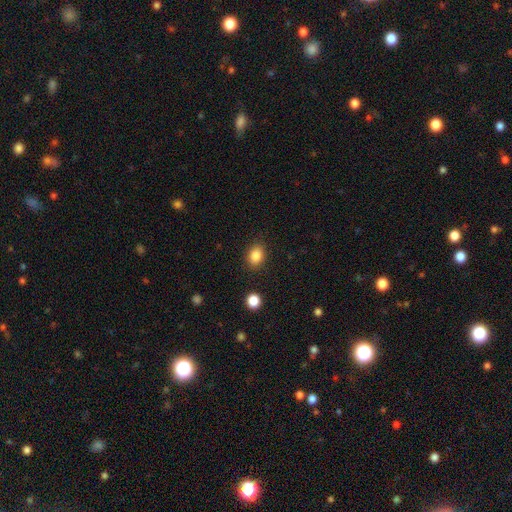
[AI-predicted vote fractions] A smooth galaxy with no disk features (85%) that is in between round and cigar-shaped (63%).

Vote fractions:
- Smooth or featured? smooth: 85% / star or artifact: 10% / featured or disk: 5%
- How rounded? in between: 63% / round: 36% / cigar-shaped: 1%
- Merging? none: 86% / minor disturbance: 9% / major disturbance: 3% / merger: 2%